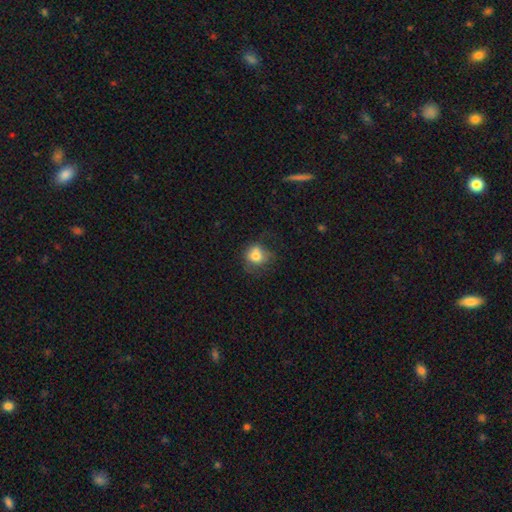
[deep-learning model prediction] smooth_or_featured: smooth (p=0.74) [alt: featured or disk p=0.15]
how_rounded: round (p=0.67) [alt: in between p=0.32]
merging: none (p=0.46) [alt: minor disturbance p=0.27]